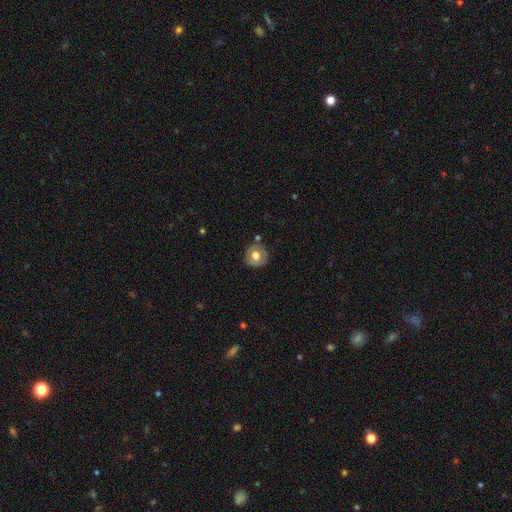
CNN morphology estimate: Smooth or featured? smooth (63%)
How rounded? round (90%)
Merging? none (81%)